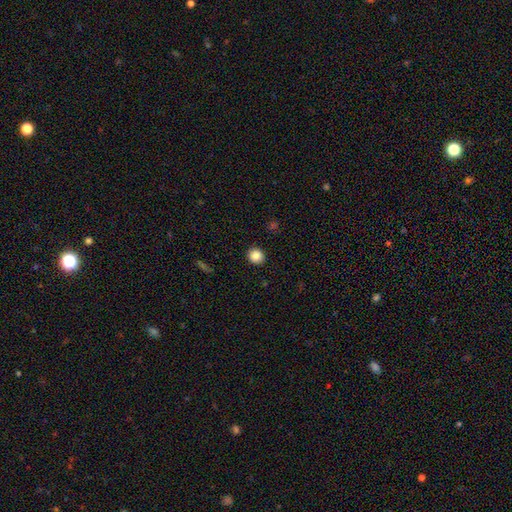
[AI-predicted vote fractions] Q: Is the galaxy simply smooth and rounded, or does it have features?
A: smooth — 87%.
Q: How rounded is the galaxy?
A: round — 85%.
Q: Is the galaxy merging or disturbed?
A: none — 91%.